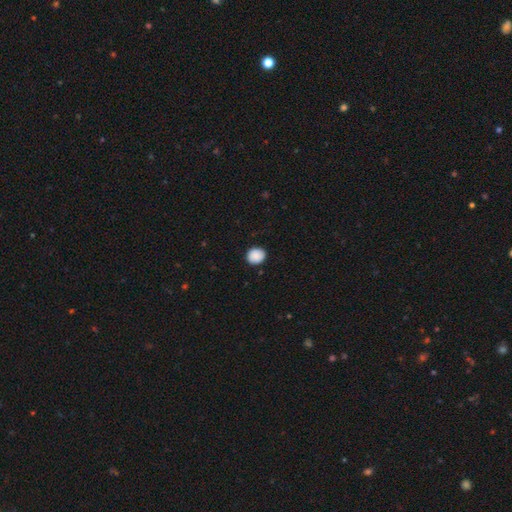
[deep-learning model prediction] Smooth or featured? smooth (89%)
How rounded? round (77%)
Merging? none (88%)